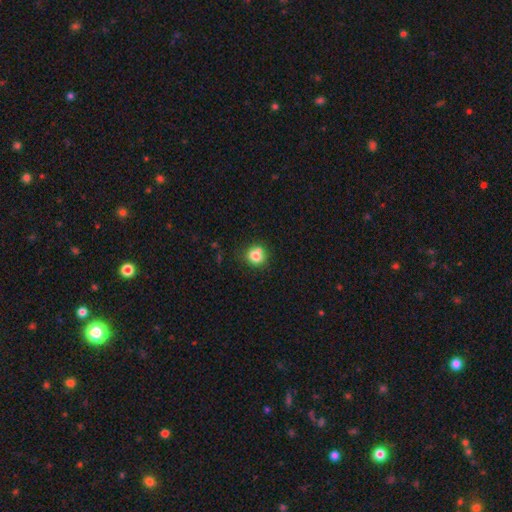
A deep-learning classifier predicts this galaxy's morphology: Smooth or featured? smooth (78%)
How rounded? round (81%)
Merging? none (60%)